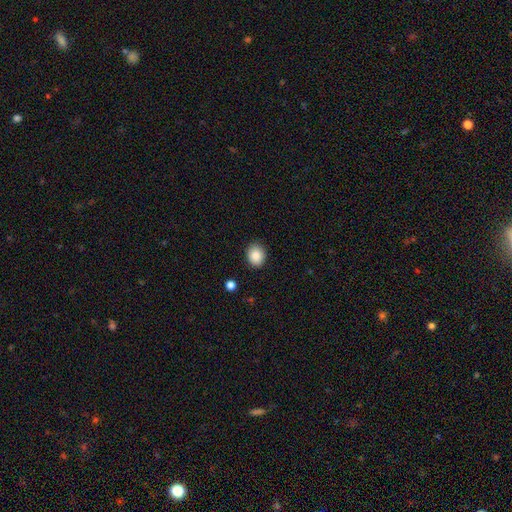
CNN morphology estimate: This appears to be a smooth galaxy with no disk features (88%) that is round (62%). Merging: none (88%).